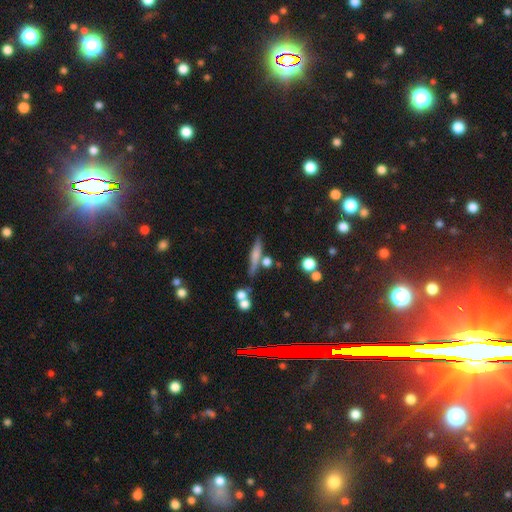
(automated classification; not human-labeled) Smooth or featured?
  - smooth: 54% *
  - featured or disk: 36%
  - star or artifact: 9%
How rounded?
  - cigar-shaped: 82% *
  - in between: 13%
  - round: 5%
Merging?
  - none: 68% *
  - merger: 14%
  - minor disturbance: 13%
  - major disturbance: 5%